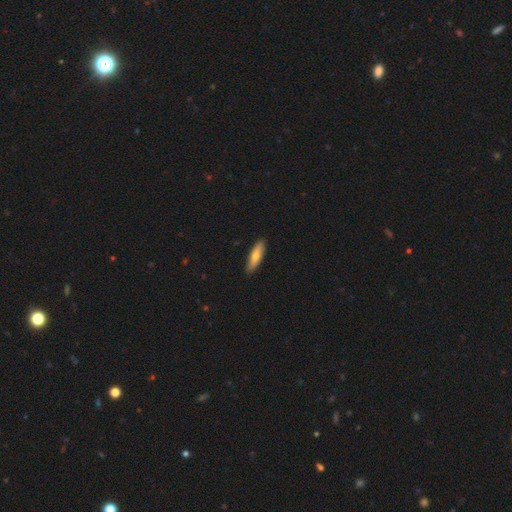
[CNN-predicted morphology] Smooth or featured: smooth — 67% (featured or disk — 27%)
How rounded: cigar-shaped — 68% (in between — 30%)
Merging: none — 89% (minor disturbance — 8%)